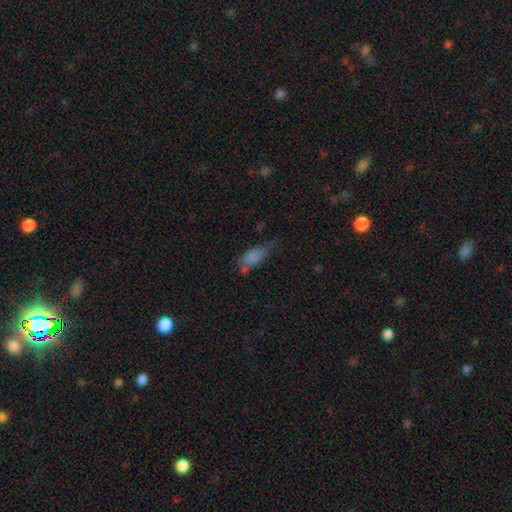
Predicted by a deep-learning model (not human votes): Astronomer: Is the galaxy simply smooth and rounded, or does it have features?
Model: smooth — 71%.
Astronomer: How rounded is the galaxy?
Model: in between — 72%.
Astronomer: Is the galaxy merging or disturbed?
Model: none — 41% (runner-up: minor disturbance, 34%).